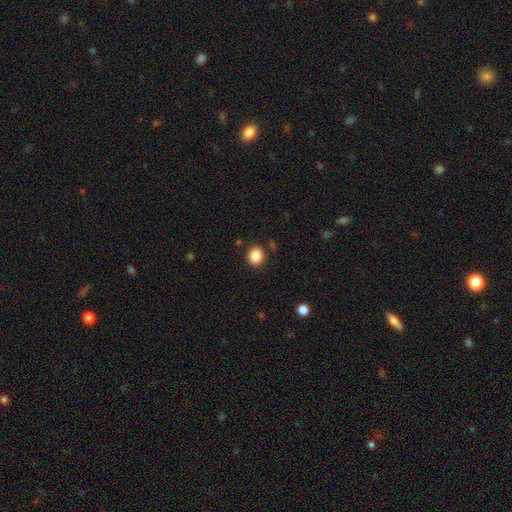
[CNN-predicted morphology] Smooth or featured?
  - smooth: 87% *
  - star or artifact: 9%
  - featured or disk: 3%
How rounded?
  - round: 69% *
  - in between: 30%
  - cigar-shaped: 1%
Merging?
  - none: 87% *
  - minor disturbance: 8%
  - major disturbance: 3%
  - merger: 2%